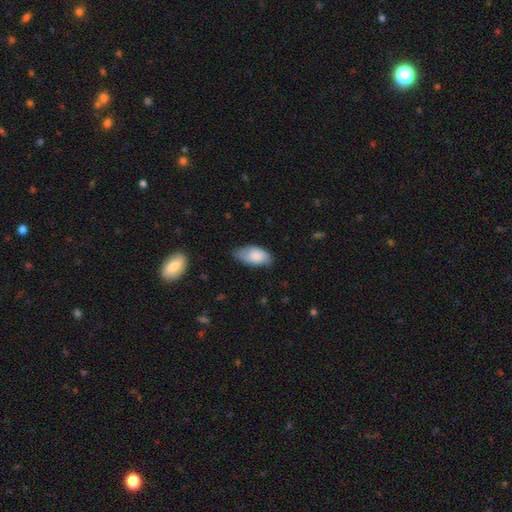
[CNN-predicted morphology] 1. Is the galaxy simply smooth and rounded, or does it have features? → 80% smooth, 14% featured or disk, 6% star or artifact.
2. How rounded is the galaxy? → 93% in between, 3% cigar-shaped, 3% round.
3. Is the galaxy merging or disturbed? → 54% none, 37% minor disturbance, 8% major disturbance, 2% merger.